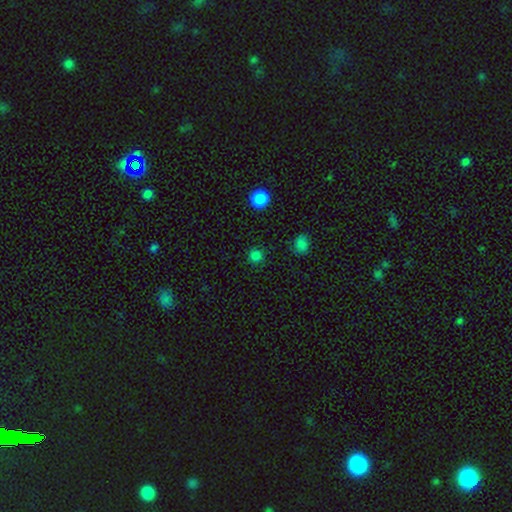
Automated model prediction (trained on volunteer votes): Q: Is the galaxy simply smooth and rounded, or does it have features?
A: smooth — 80%.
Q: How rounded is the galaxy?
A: round — 93%.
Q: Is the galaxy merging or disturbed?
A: none — 89%.